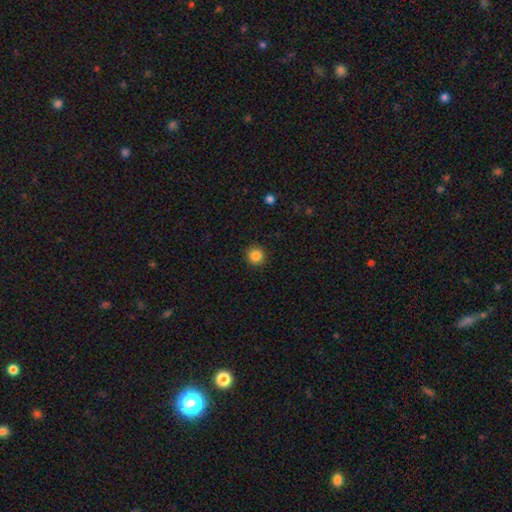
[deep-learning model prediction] Smooth or featured? Predicted: smooth (p=0.85). How rounded? Predicted: round (p=0.95). Merging? Predicted: none (p=0.92).